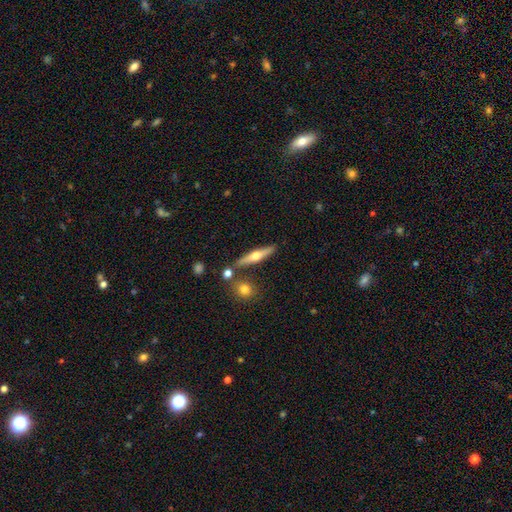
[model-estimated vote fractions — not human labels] smooth_or_featured: featured or disk (p=0.58) [alt: smooth p=0.36]
disk_edge_on: yes (p=0.94) [alt: no p=0.06]
edge_on_bulge: rounded (p=0.94) [alt: none p=0.04]
merging: none (p=0.81) [alt: minor disturbance p=0.10]